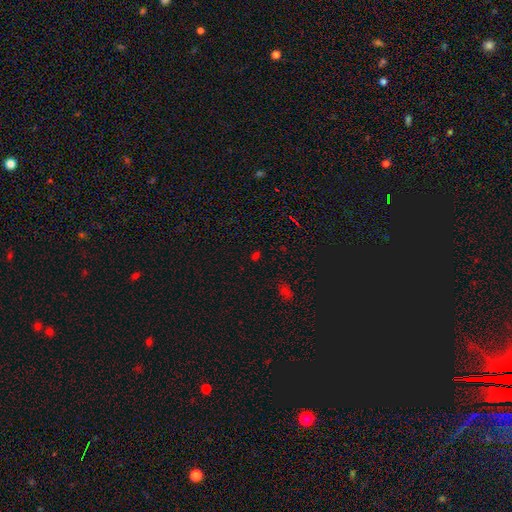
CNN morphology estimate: Q: Smooth or featured?
A: star or artifact (50%); runner-up: smooth (44%)